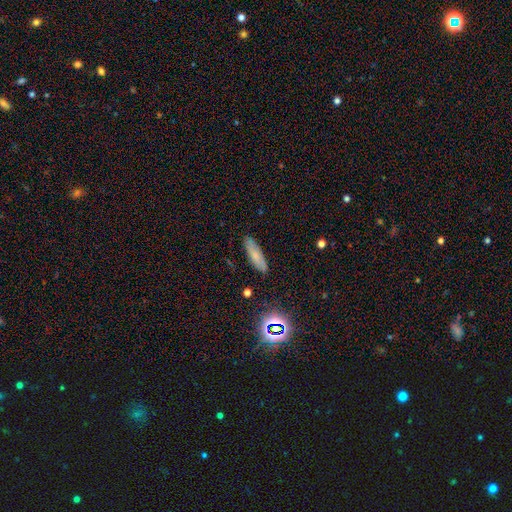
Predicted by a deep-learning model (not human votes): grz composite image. It shows a smooth galaxy with no disk features (68%) that is cigar-shaped (60%). Merging: none (84%).